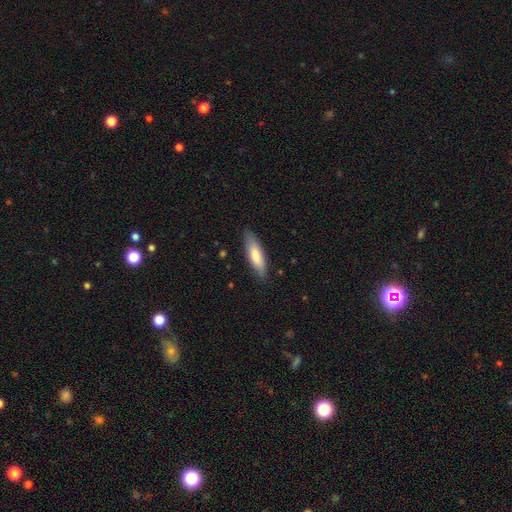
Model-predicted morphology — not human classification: smooth_or_featured: smooth (p=0.76) [alt: featured or disk p=0.19]
how_rounded: cigar-shaped (p=0.52) [alt: in between p=0.46]
merging: none (p=0.84) [alt: minor disturbance p=0.13]